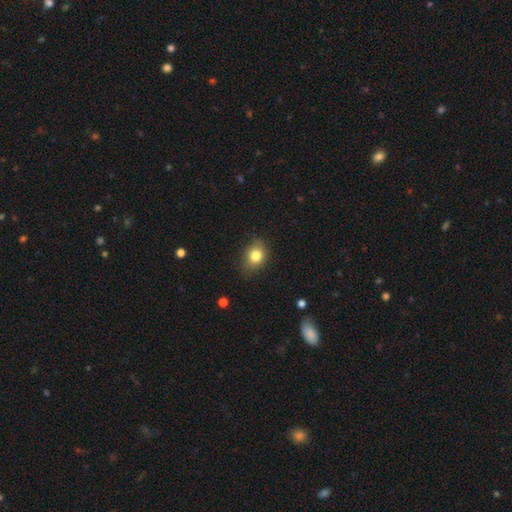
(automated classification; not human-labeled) Smooth or featured?
  - smooth: 81% *
  - star or artifact: 10%
  - featured or disk: 9%
How rounded?
  - in between: 57% *
  - round: 41%
  - cigar-shaped: 1%
Merging?
  - none: 77% *
  - minor disturbance: 18%
  - major disturbance: 4%
  - merger: 1%